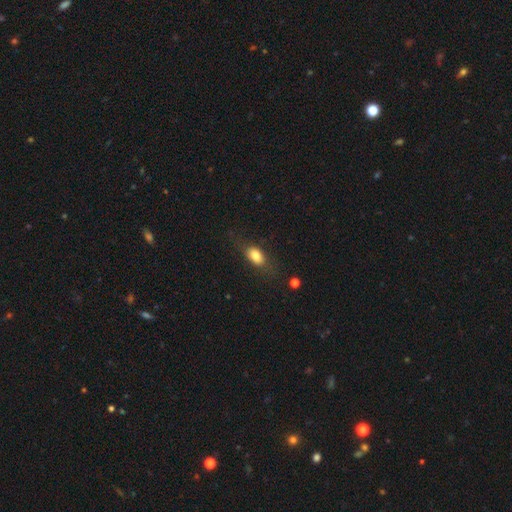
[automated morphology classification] smooth 79%, featured or disk 13%, star or artifact 8%. Down the decision tree: how rounded — in between (84%); merging — none (70%).